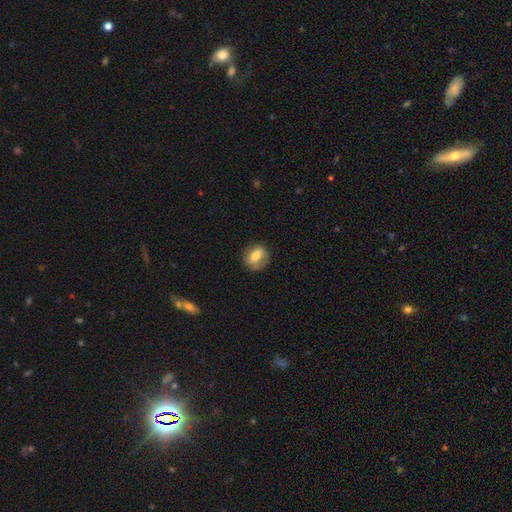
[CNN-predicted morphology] Smooth or featured?
  - smooth: 59% *
  - featured or disk: 33%
  - star or artifact: 8%
How rounded?
  - in between: 50% *
  - round: 47%
  - cigar-shaped: 3%
Merging?
  - none: 73% *
  - minor disturbance: 18%
  - major disturbance: 7%
  - merger: 1%